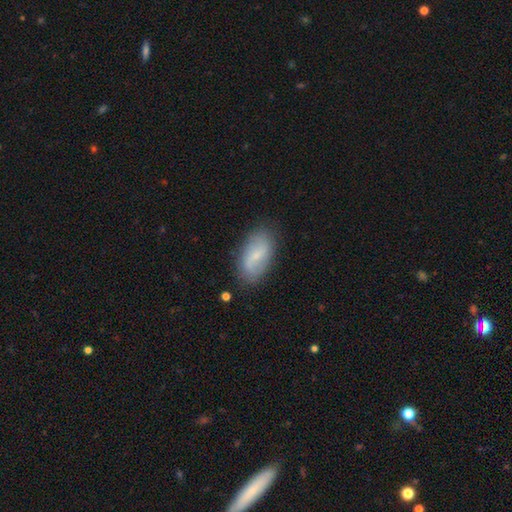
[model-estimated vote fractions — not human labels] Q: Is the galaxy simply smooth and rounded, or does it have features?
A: featured or disk — 49%.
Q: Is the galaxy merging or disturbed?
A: none — 80%.